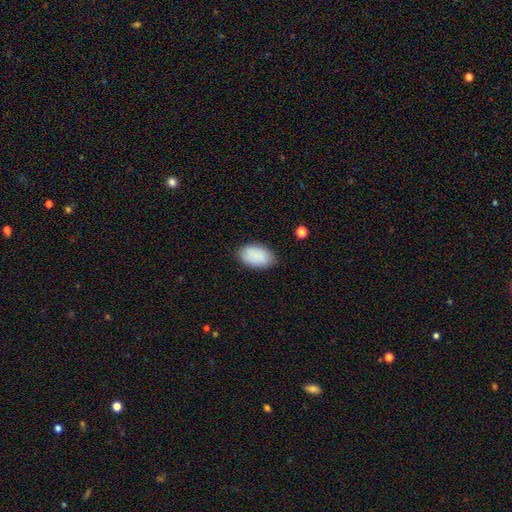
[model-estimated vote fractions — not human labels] Q: Smooth or featured?
A: smooth (89%); runner-up: star or artifact (6%)
Q: How rounded?
A: in between (93%); runner-up: round (6%)
Q: Merging?
A: none (85%); runner-up: minor disturbance (12%)